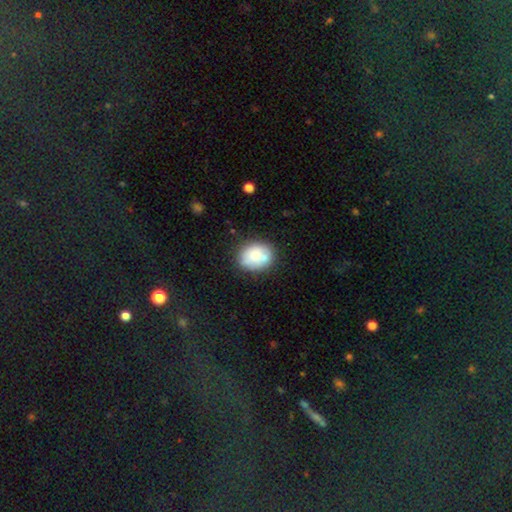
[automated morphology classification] Q: Smooth or featured?
A: smooth (73%); runner-up: featured or disk (19%)
Q: How rounded?
A: in between (50%); runner-up: round (49%)
Q: Merging?
A: none (62%); runner-up: minor disturbance (18%)